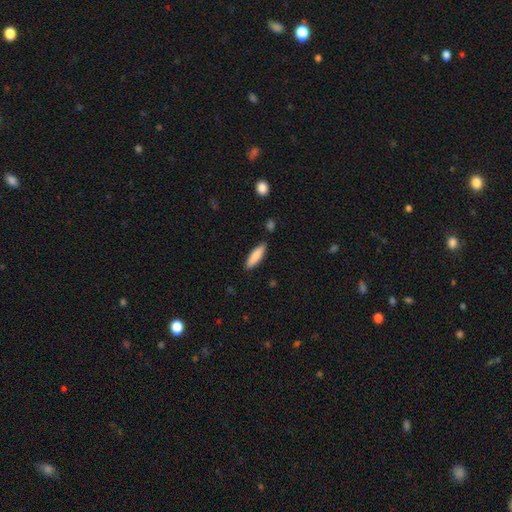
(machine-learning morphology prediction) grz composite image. It shows a smooth galaxy with no disk features (84%) that is cigar-shaped (59%). Merging: none (84%).